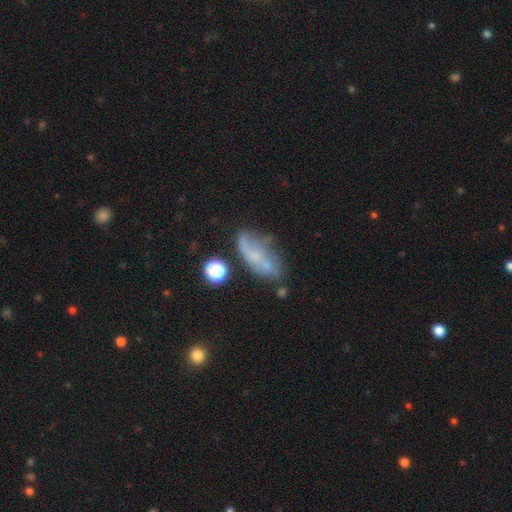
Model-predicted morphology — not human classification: Q: Smooth or featured?
A: featured or disk (51%); runner-up: smooth (35%)
Q: Edge-on disk?
A: no (91%); runner-up: yes (9%)
Q: Merging?
A: none (39%); runner-up: major disturbance (25%)